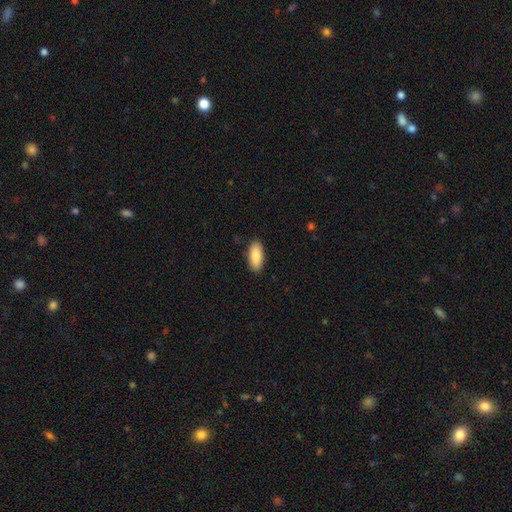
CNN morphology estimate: smooth 87%, featured or disk 7%, star or artifact 6%. Down the decision tree: how rounded — in between (83%); merging — none (88%).